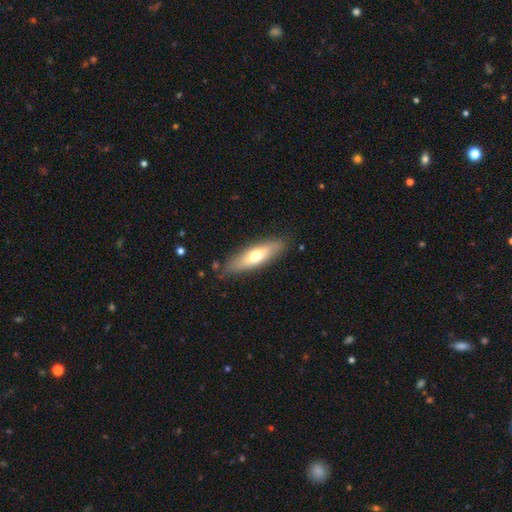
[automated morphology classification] smooth-or-featured: smooth: 61% | featured or disk: 33% | star or artifact: 6%
  how-rounded: cigar-shaped: 56% | in between: 42% | round: 2%
  merging: none: 84% | minor disturbance: 12% | major disturbance: 3% | merger: 2%